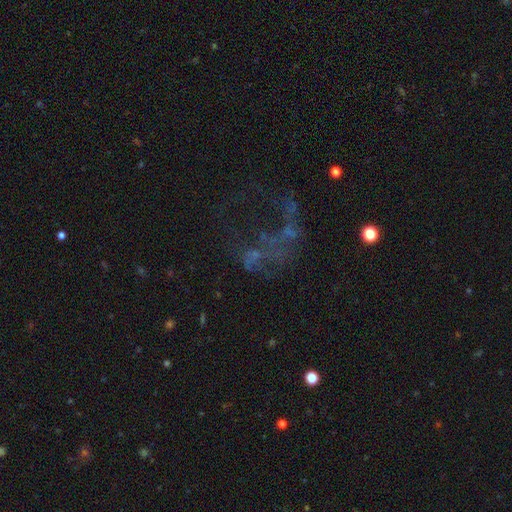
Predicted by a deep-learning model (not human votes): Morphology: type=featured or disk (44%); merging=major disturbance (41%).